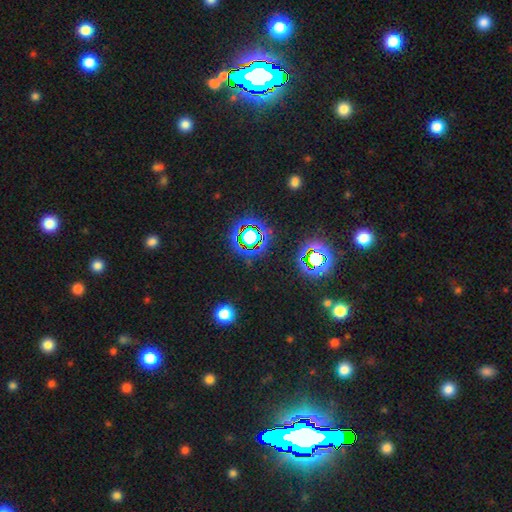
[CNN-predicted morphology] Smooth or featured? star or artifact (76%)